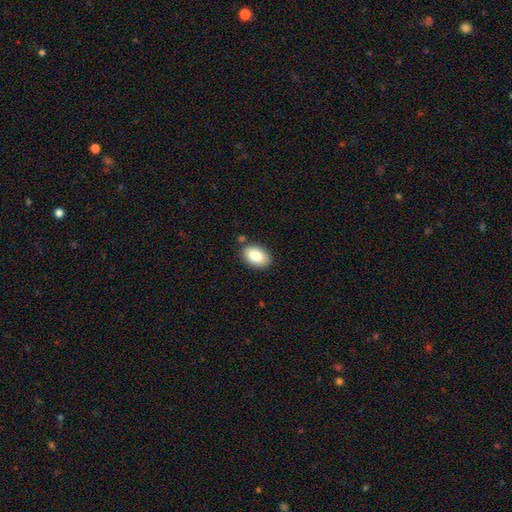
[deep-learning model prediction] smooth-or-featured: smooth: 86% | featured or disk: 7% | star or artifact: 7%
  how-rounded: in between: 92% | round: 7% | cigar-shaped: 1%
  merging: none: 83% | minor disturbance: 11% | merger: 3% | major disturbance: 2%